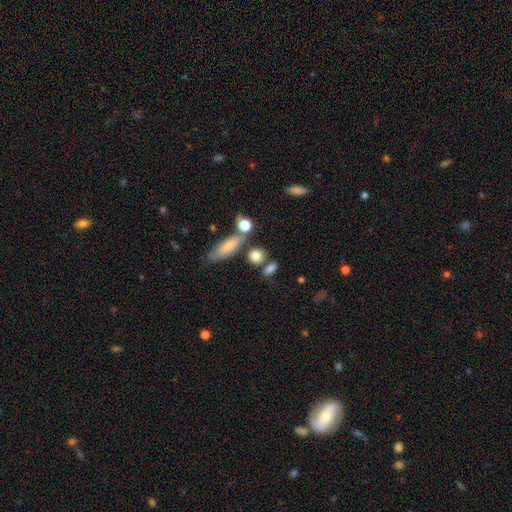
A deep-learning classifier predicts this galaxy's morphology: This appears to be a smooth galaxy with no disk features (80%) that is round (61%). Merging: none (66%).